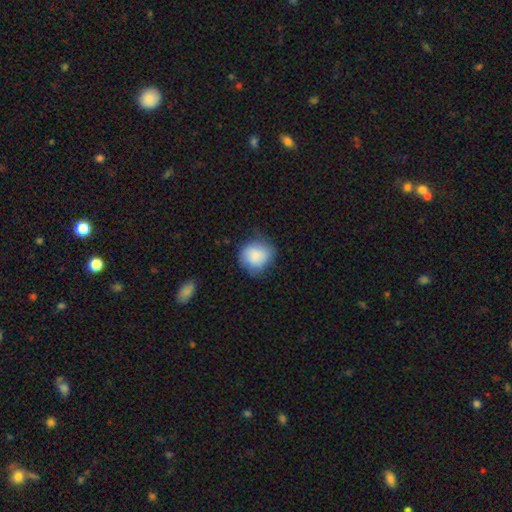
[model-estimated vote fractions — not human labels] This is clearly a smooth galaxy (82%). How rounded: likely round (79%). Merging: likely none (62%).